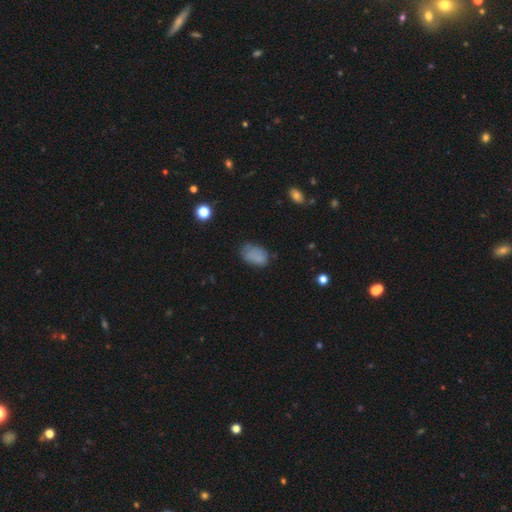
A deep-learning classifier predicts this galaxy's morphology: smooth-or-featured: smooth: 78% | star or artifact: 11% | featured or disk: 10%
  how-rounded: in between: 89% | round: 10% | cigar-shaped: 2%
  merging: none: 59% | minor disturbance: 28% | major disturbance: 11% | merger: 3%